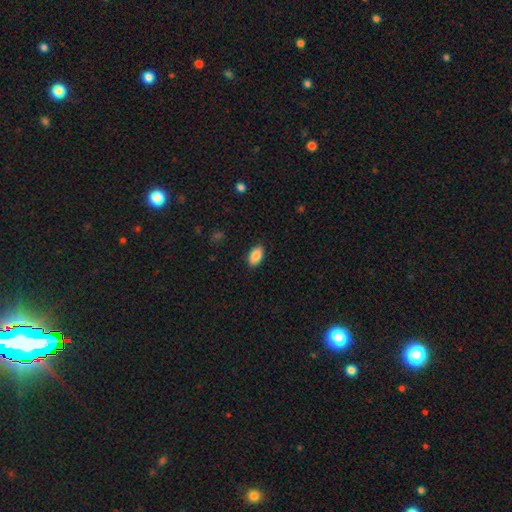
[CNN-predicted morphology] type=smooth (86%); roundness=in between (93%); merging=none (88%).